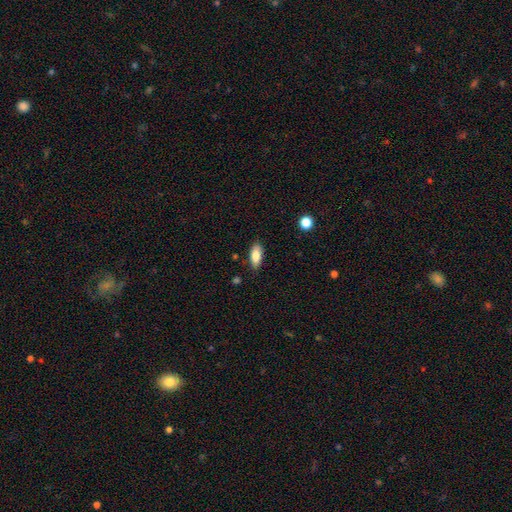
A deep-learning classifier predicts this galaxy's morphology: Overall: smooth (83%). How rounded: in between (80%). Merging: none (84%).